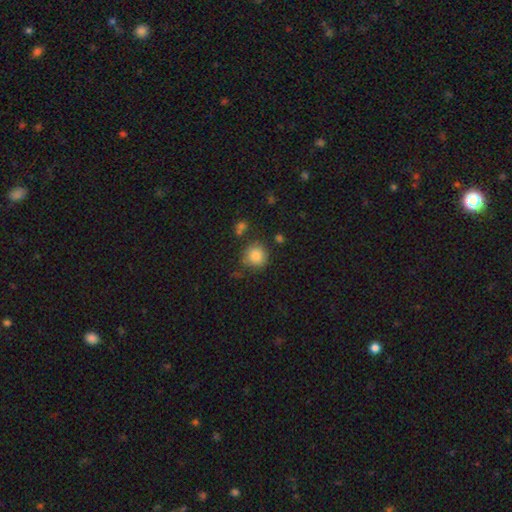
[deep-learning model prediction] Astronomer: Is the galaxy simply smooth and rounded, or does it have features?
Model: smooth — 83%.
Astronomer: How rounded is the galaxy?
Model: round — 91%.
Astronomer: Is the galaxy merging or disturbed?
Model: none — 77%.